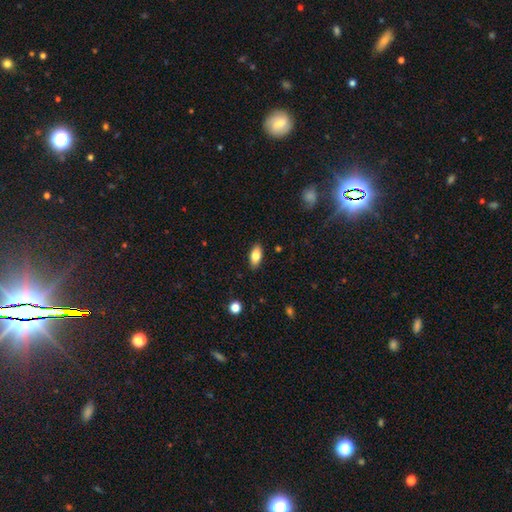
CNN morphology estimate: smooth-or-featured: smooth: 79% | featured or disk: 13% | star or artifact: 7%
  how-rounded: in between: 88% | cigar-shaped: 9% | round: 3%
  merging: none: 88% | minor disturbance: 9% | major disturbance: 2% | merger: 1%